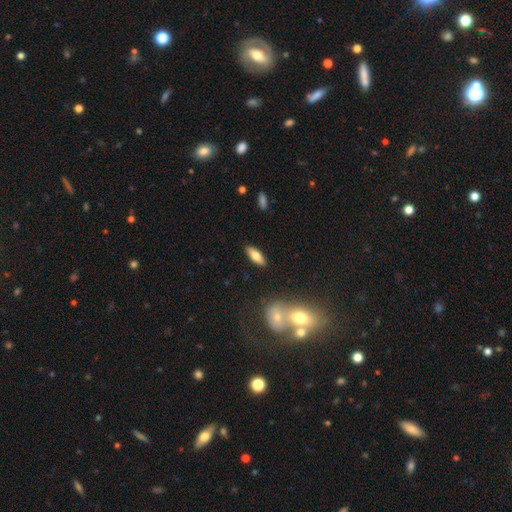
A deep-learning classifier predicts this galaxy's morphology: This is likely a smooth galaxy (72%). How rounded: likely in between (70%). Merging: clearly none (87%).